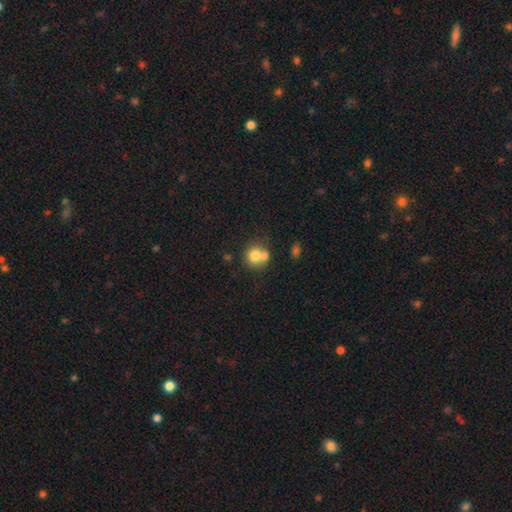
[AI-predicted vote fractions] Q: Smooth or featured?
A: smooth (75%); runner-up: featured or disk (15%)
Q: How rounded?
A: round (83%); runner-up: in between (16%)
Q: Merging?
A: merger (43%); tied with: none (43%)